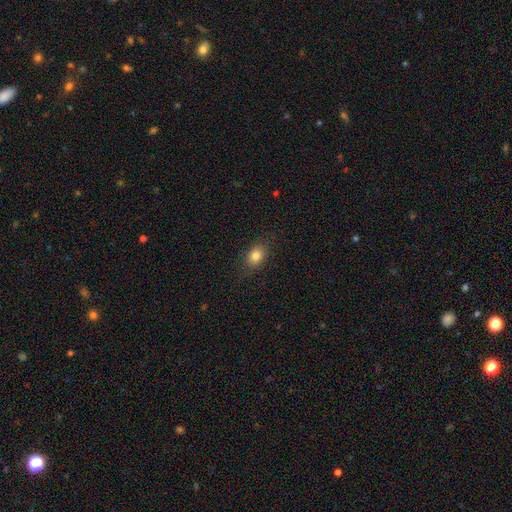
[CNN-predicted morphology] A smooth galaxy with no disk features (81%) that is in between round and cigar-shaped (71%).

Vote fractions:
- Smooth or featured? smooth: 81% / star or artifact: 10% / featured or disk: 9%
- How rounded? in between: 71% / round: 27% / cigar-shaped: 2%
- Merging? none: 85% / minor disturbance: 11% / major disturbance: 3% / merger: 1%